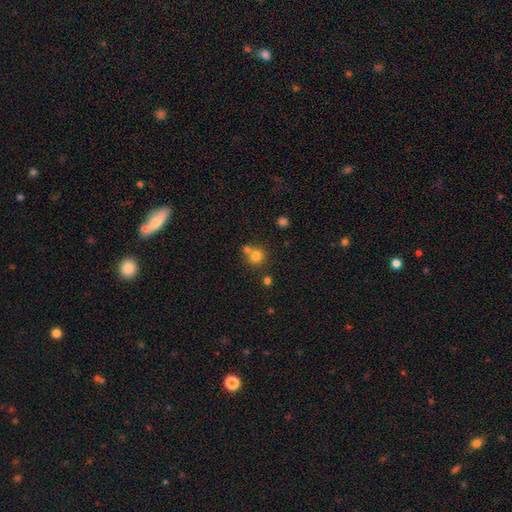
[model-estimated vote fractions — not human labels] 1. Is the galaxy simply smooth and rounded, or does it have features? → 77% smooth, 13% star or artifact, 9% featured or disk.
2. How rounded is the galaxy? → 90% round, 9% in between, 1% cigar-shaped.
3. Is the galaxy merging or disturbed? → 55% none, 34% merger, 8% minor disturbance, 3% major disturbance.